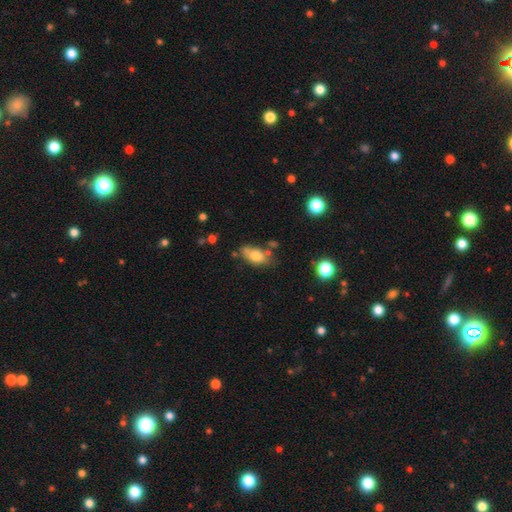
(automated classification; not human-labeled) This is likely a smooth galaxy (75%). How rounded: clearly in between (85%). Merging: possibly none (55%).